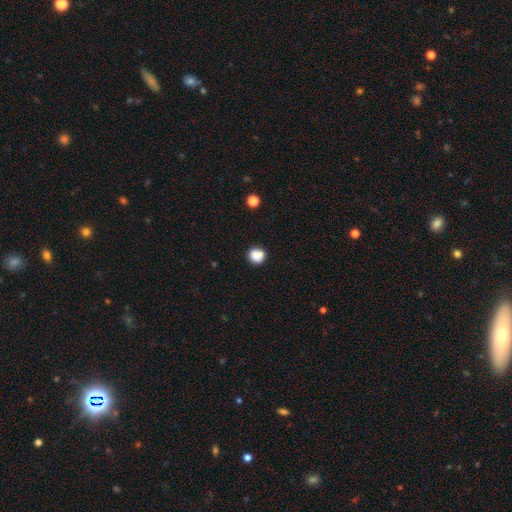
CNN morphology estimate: Q: Smooth or featured?
A: smooth (83%); runner-up: star or artifact (10%)
Q: How rounded?
A: round (84%); runner-up: in between (15%)
Q: Merging?
A: none (71%); runner-up: minor disturbance (13%)